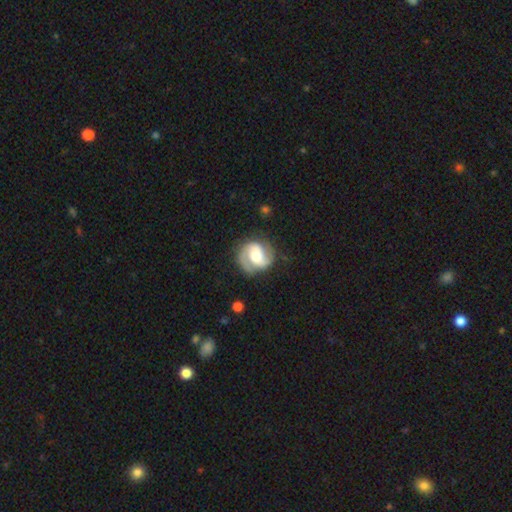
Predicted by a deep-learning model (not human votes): This appears to be a featured or disk galaxy (76%) with a weak bar (41%), 2 (85%) medium (47%) spiral arms (93%) and a moderate central bulge (51%). Merging: none (73%).